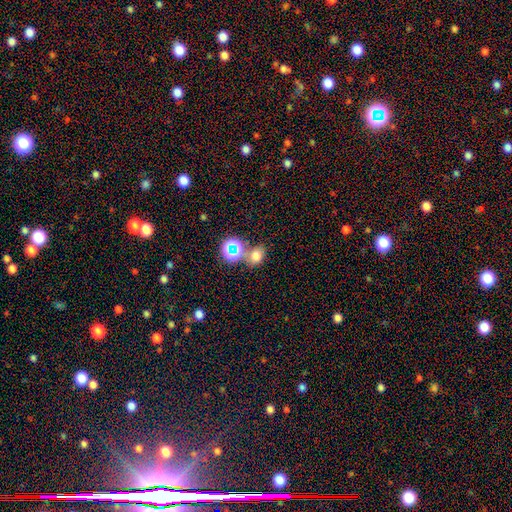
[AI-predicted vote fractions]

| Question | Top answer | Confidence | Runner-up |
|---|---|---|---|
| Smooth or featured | smooth | 66% | star or artifact (24%) |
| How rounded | in between | 57% | round (42%) |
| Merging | none | 60% | merger (24%) |